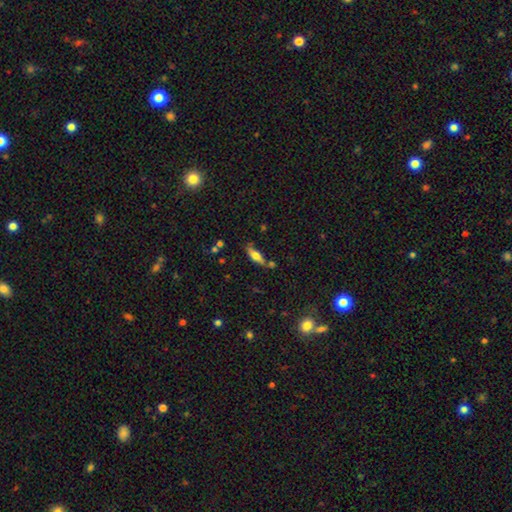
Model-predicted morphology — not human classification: Smooth or featured? Predicted: smooth (p=0.53). How rounded? Predicted: cigar-shaped (p=0.49, tied with in between). Merging? Predicted: none (p=0.65).